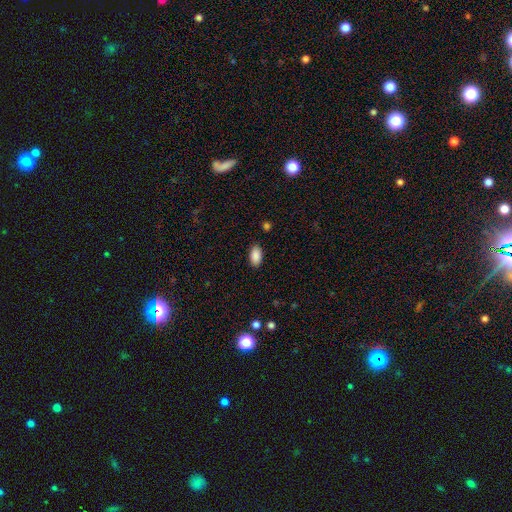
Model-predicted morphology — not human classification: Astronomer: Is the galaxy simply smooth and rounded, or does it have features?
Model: smooth — 89%.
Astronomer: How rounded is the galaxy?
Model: in between — 94%.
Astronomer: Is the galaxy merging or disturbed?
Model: none — 88%.